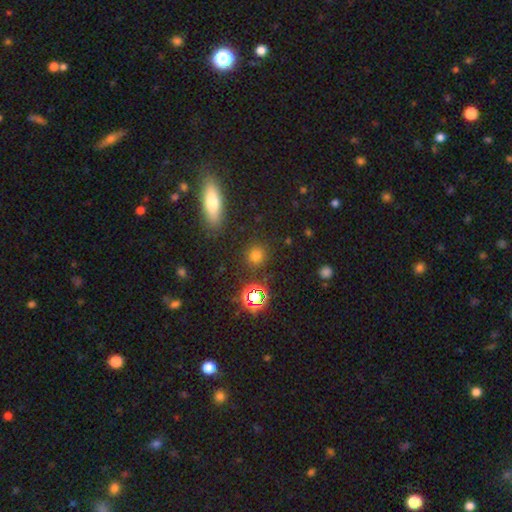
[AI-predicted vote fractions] This is likely a smooth galaxy (69%). How rounded: clearly round (87%). Merging: clearly none (87%).